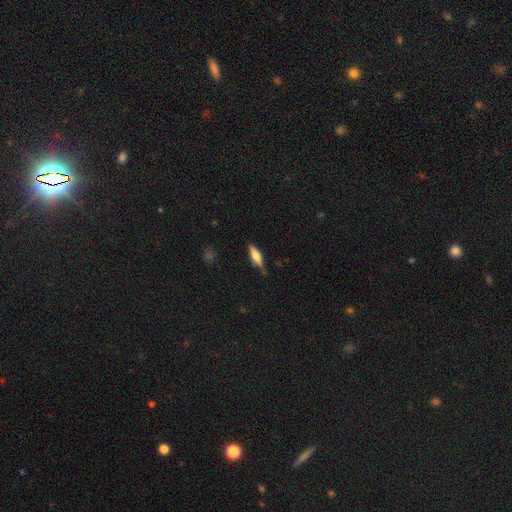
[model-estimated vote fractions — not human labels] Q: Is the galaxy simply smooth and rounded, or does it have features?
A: smooth — 52%.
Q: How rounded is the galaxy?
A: cigar-shaped — 58%.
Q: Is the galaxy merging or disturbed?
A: none — 76%.